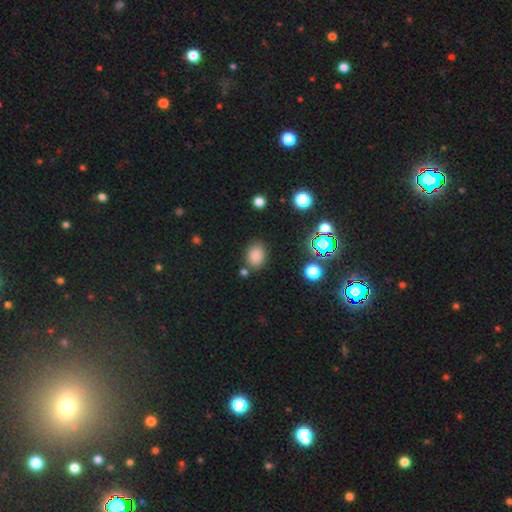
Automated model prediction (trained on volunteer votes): smooth_or_featured: smooth (p=0.80) [alt: star or artifact p=0.15]
how_rounded: in between (p=0.66) [alt: round p=0.33]
merging: none (p=0.78) [alt: minor disturbance p=0.13]